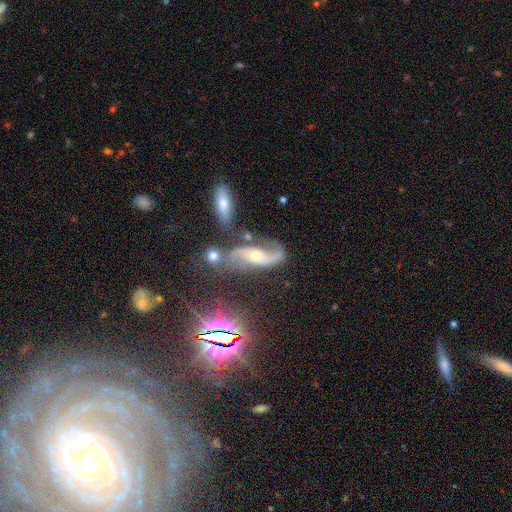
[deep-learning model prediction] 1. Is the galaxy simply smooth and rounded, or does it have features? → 75% featured or disk, 16% star or artifact, 9% smooth.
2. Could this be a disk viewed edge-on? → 91% no, 9% yes.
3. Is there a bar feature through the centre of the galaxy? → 53% no, 31% weak, 16% strong.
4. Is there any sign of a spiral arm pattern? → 93% yes, 7% no.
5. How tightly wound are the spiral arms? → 53% loose, 35% medium, 13% tight.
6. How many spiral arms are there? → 85% 2, 6% 1, 5% can't tell, 2% 3, 1% 4, 1% more than 4.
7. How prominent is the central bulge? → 54% moderate, 39% small, 4% large, 3% none, 1% dominant.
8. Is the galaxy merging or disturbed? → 53% none, 19% minor disturbance, 16% merger, 13% major disturbance.